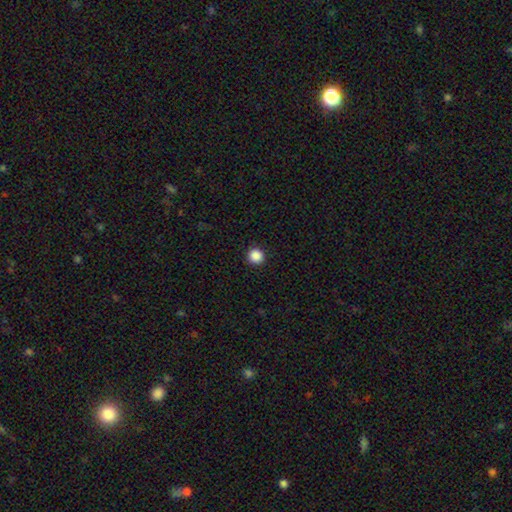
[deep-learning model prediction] Morphology: type=smooth (88%); roundness=round (95%); merging=none (93%).